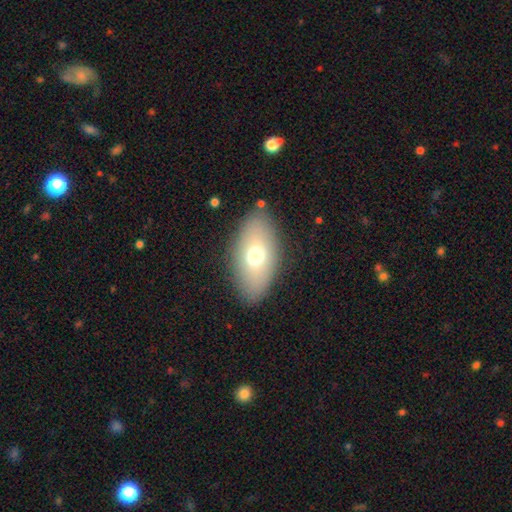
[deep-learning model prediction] This appears to be a smooth galaxy with no disk features (67%) that is in between round and cigar-shaped (90%). Merging: none (85%).